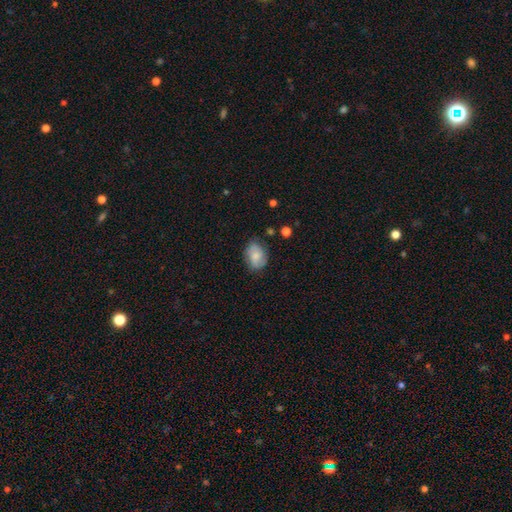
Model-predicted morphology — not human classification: The model was most divided on "how rounded": in between: 69%, round: 29%, cigar-shaped: 1%. More confident: merging — none (70%); smooth or featured — smooth (66%).